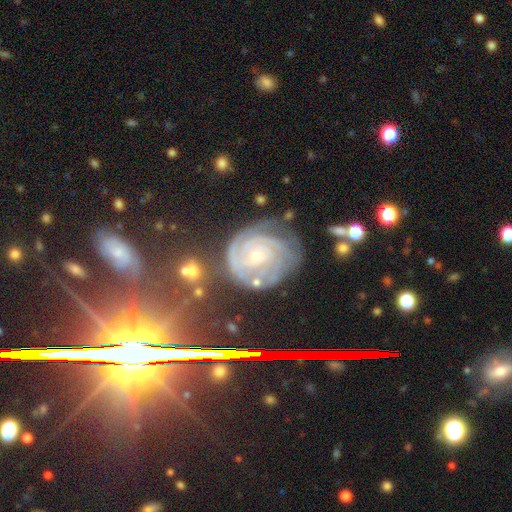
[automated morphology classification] smooth_or_featured: featured or disk (p=0.84) [alt: star or artifact p=0.09]
disk_edge_on: no (p=0.98) [alt: yes p=0.02]
bar: no (p=0.75) [alt: weak p=0.19]
has_spiral_arms: yes (p=0.96) [alt: no p=0.04]
spiral_winding: tight (p=0.78) [alt: medium p=0.18]
spiral_arm_count: 3 (p=0.29) [alt: can't tell p=0.25]
bulge_size: small (p=0.73) [alt: moderate p=0.23]
merging: none (p=0.62) [alt: minor disturbance p=0.23]